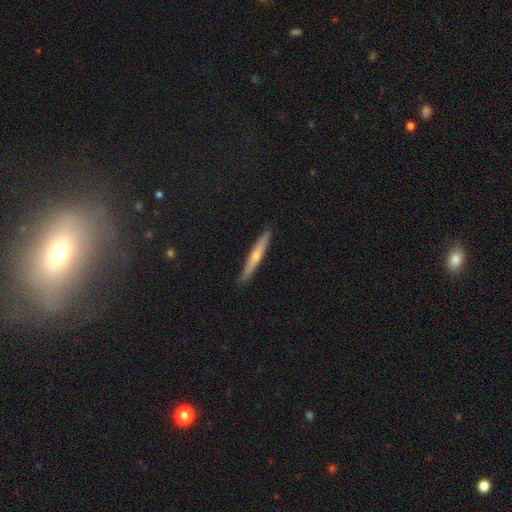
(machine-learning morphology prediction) smooth_or_featured: featured or disk (p=0.60) [alt: smooth p=0.29]
disk_edge_on: yes (p=0.94) [alt: no p=0.06]
edge_on_bulge: rounded (p=0.76) [alt: none p=0.19]
merging: none (p=0.88) [alt: minor disturbance p=0.09]